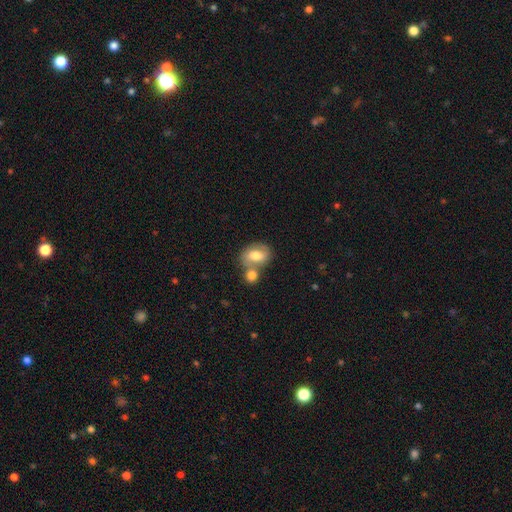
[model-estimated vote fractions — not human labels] Smooth or featured: smooth — 67% (featured or disk — 26%)
How rounded: in between — 71% (round — 27%)
Merging: none — 42% (merger — 41%)